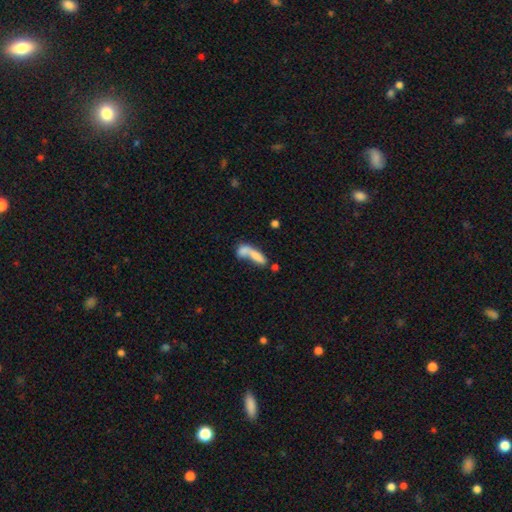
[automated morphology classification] Smooth or featured?
  - smooth: 71% *
  - featured or disk: 19%
  - star or artifact: 9%
How rounded?
  - cigar-shaped: 52% *
  - in between: 44%
  - round: 4%
Merging?
  - merger: 59% *
  - none: 24%
  - major disturbance: 9%
  - minor disturbance: 8%